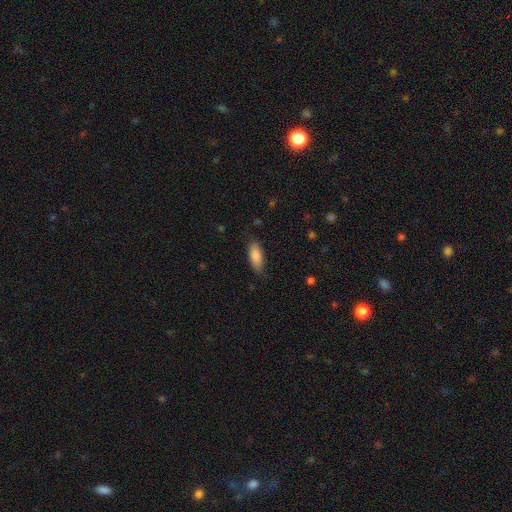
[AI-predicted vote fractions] A smooth galaxy with no disk features (85%) that is in between round and cigar-shaped (77%).

Vote fractions:
- Smooth or featured? smooth: 85% / featured or disk: 8% / star or artifact: 6%
- How rounded? in between: 77% / cigar-shaped: 21% / round: 2%
- Merging? none: 81% / minor disturbance: 15% / major disturbance: 3% / merger: 1%